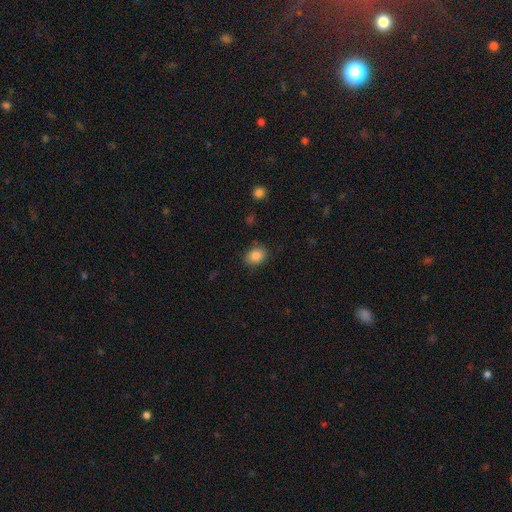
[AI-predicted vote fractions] Smooth or featured?
  - smooth: 85% *
  - star or artifact: 9%
  - featured or disk: 6%
How rounded?
  - in between: 61% *
  - round: 38%
  - cigar-shaped: 1%
Merging?
  - none: 84% *
  - minor disturbance: 11%
  - major disturbance: 3%
  - merger: 2%